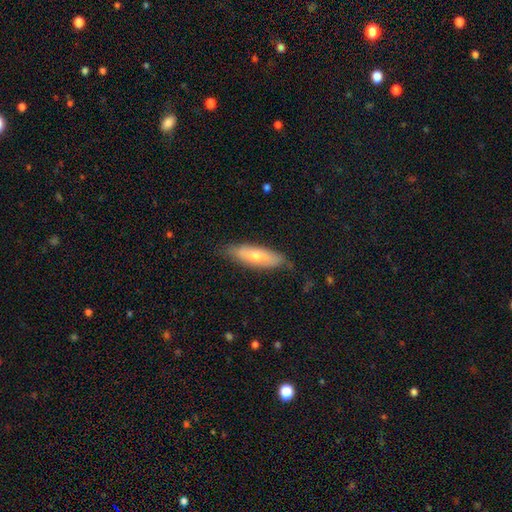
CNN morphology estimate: A smooth galaxy with no disk features (61%) that is cigar-shaped (51%).

Vote fractions:
- Smooth or featured? smooth: 61% / featured or disk: 33% / star or artifact: 6%
- How rounded? cigar-shaped: 51% / in between: 47% / round: 2%
- Merging? none: 76% / minor disturbance: 19% / major disturbance: 3% / merger: 1%